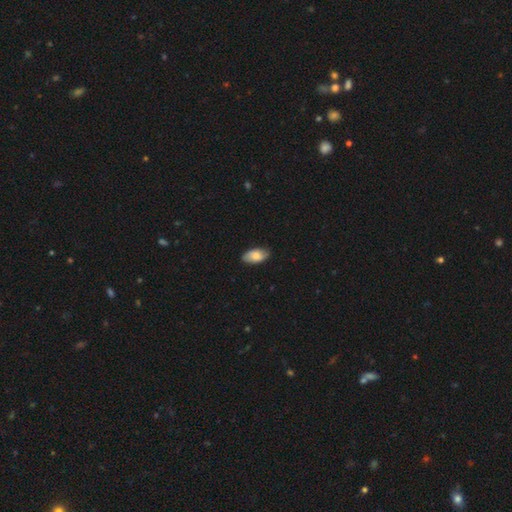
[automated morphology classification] The model was most divided on "smooth or featured": smooth: 77%, featured or disk: 17%, star or artifact: 6%. More confident: how rounded — in between (95%); merging — none (83%).